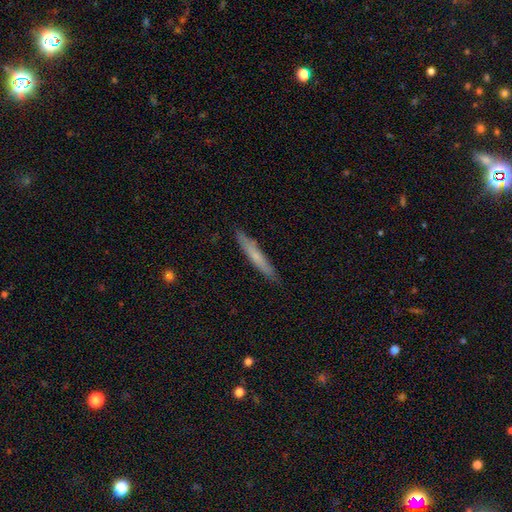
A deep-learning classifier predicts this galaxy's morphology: Overall: smooth (62%; featured or disk 32%). How rounded: cigar-shaped (95%). Merging: none (88%).